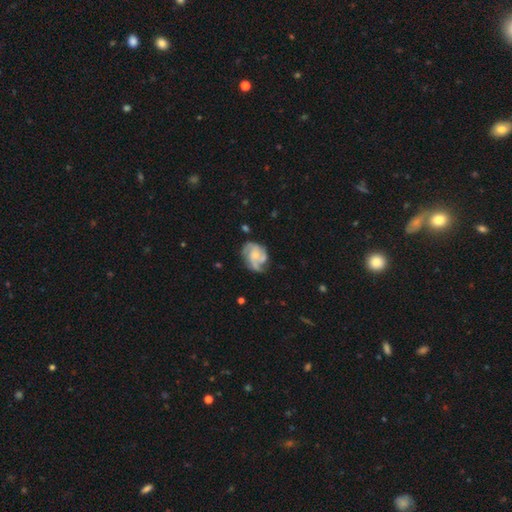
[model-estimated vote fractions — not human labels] This is likely a featured or disk galaxy (77%). It is clearly not viewed edge-on (98%). Bar: likely no (71%). Spiral arm pattern: clearly yes (91%). Spiral arm count: possibly 3 (46%). Spiral winding: possibly medium (45%). Central bulge: possibly small (50%). Merging: possibly none (57%).